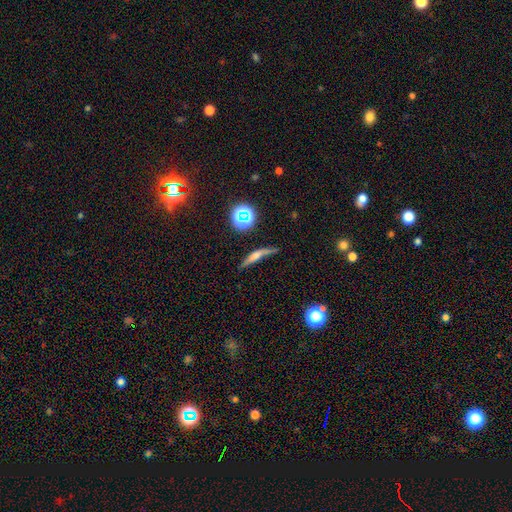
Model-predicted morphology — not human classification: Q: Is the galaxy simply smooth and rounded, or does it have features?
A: featured or disk — 43%.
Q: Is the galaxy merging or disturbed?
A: none — 60%.